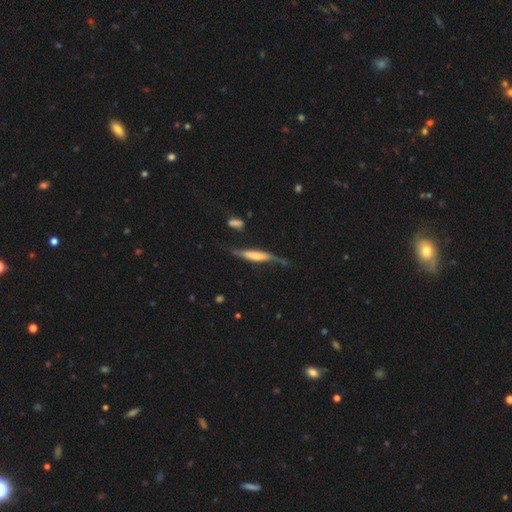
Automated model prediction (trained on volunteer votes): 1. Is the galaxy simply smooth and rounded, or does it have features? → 55% featured or disk, 39% smooth, 6% star or artifact.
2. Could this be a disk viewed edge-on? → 74% yes, 26% no.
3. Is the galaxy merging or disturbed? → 50% none, 29% minor disturbance, 15% major disturbance, 5% merger.